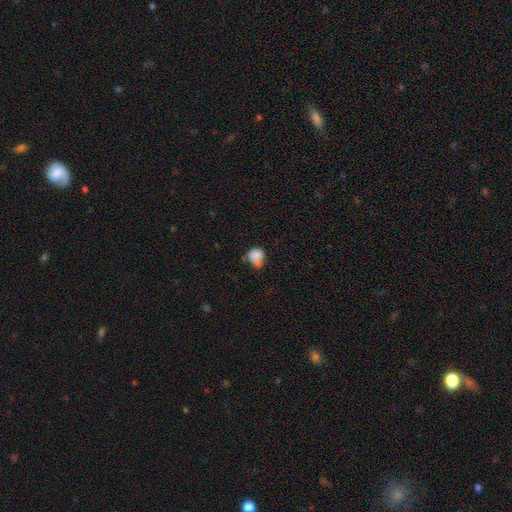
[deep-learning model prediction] This is likely a smooth galaxy (79%). How rounded: possibly round (57%). Merging: marginally minor disturbance (40%).